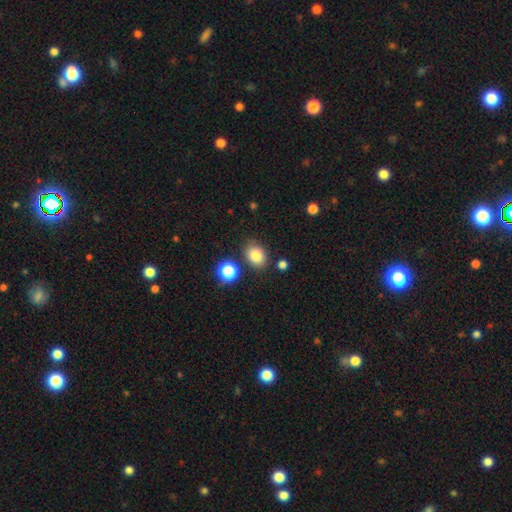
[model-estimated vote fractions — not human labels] This is clearly a smooth galaxy (82%). How rounded: possibly in between (58%). Merging: likely none (80%).